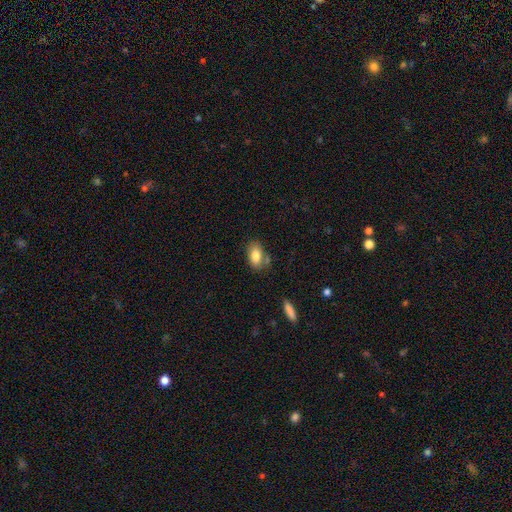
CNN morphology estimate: smooth-or-featured: smooth: 81% | featured or disk: 12% | star or artifact: 7%
  how-rounded: in between: 90% | round: 7% | cigar-shaped: 3%
  merging: none: 67% | minor disturbance: 18% | merger: 10% | major disturbance: 5%